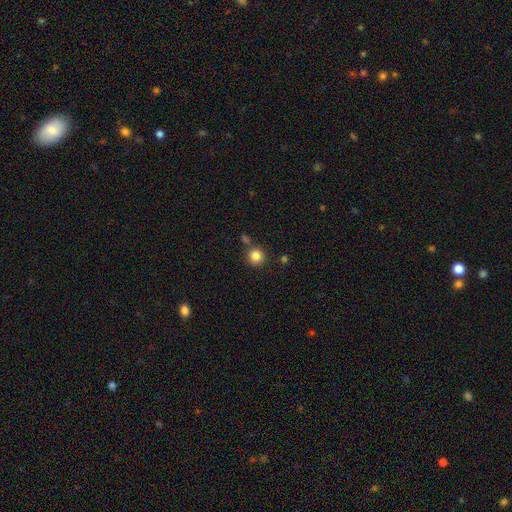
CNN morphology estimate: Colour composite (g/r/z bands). It shows a smooth galaxy with no disk features (84%) that is round (94%). Merging: none (80%).